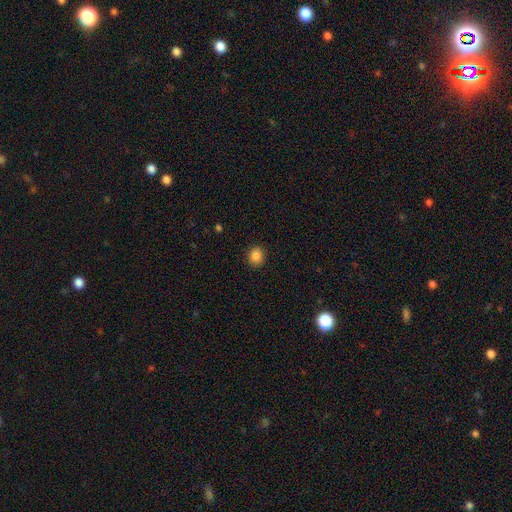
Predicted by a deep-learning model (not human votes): This appears to be a smooth galaxy with no disk features (85%) that is round (73%). Merging: none (90%).